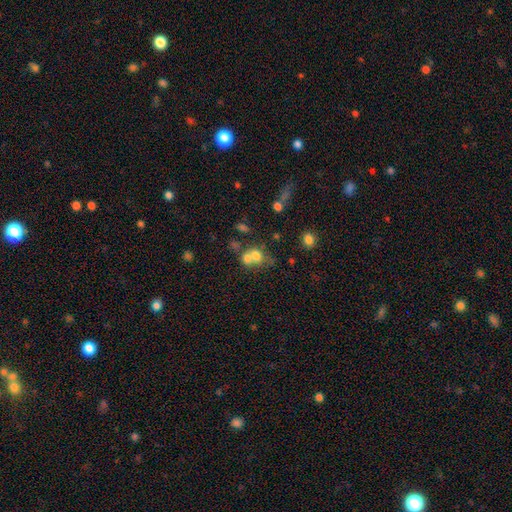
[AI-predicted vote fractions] Smooth or featured: smooth — 67% (featured or disk — 19%)
How rounded: round — 67% (in between — 32%)
Merging: merger — 61% (none — 26%)